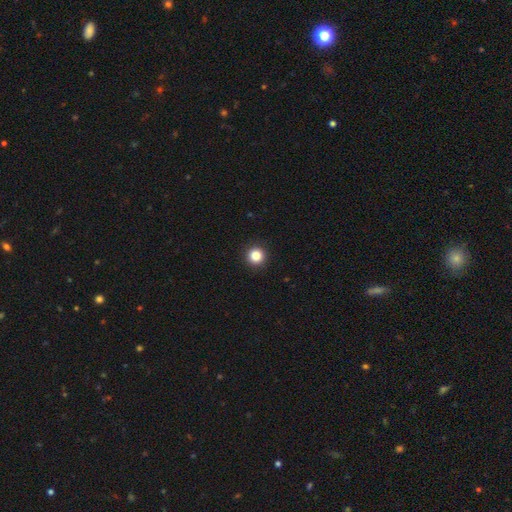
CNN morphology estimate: smooth_or_featured: smooth (p=0.84) [alt: star or artifact p=0.11]
how_rounded: round (p=0.96) [alt: in between p=0.03]
merging: none (p=0.94) [alt: minor disturbance p=0.04]